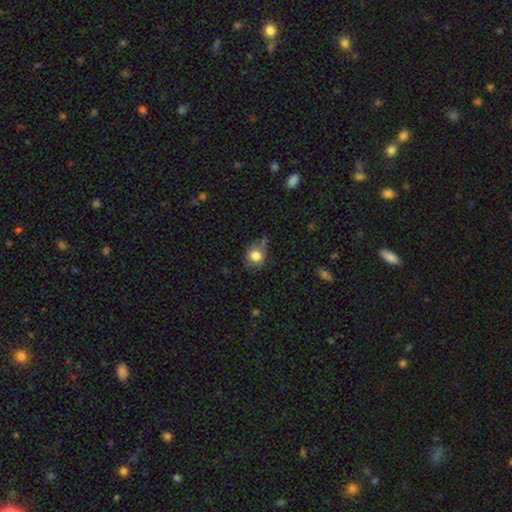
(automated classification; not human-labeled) Smooth or featured? smooth (80%)
How rounded? round (69%)
Merging? none (45%)